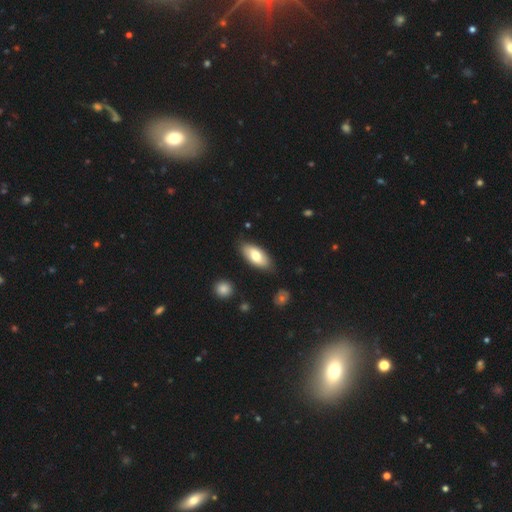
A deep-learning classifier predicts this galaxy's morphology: The model was most divided on "smooth or featured": smooth: 71%, featured or disk: 23%, star or artifact: 6%. More confident: how rounded — in between (89%); merging — none (83%).